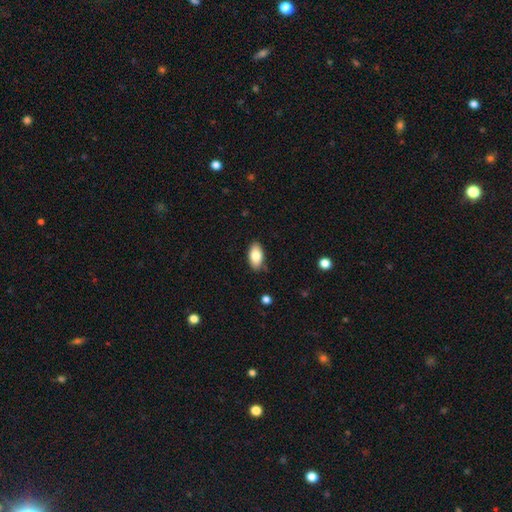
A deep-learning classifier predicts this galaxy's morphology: Smooth or featured? smooth (82%)
How rounded? in between (93%)
Merging? none (85%)